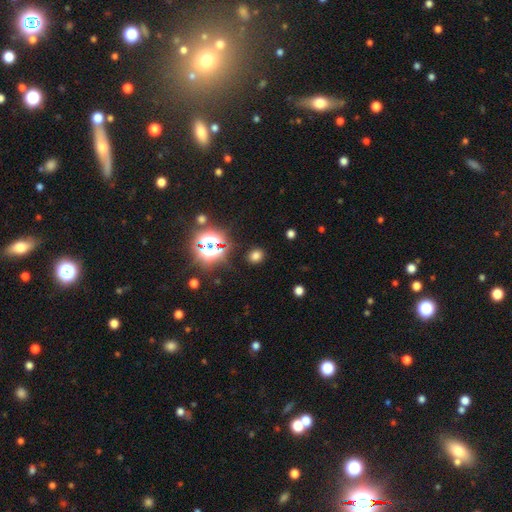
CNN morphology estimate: Smooth or featured? Predicted: smooth (p=0.70). How rounded? Predicted: round (p=0.71). Merging? Predicted: none (p=0.88).